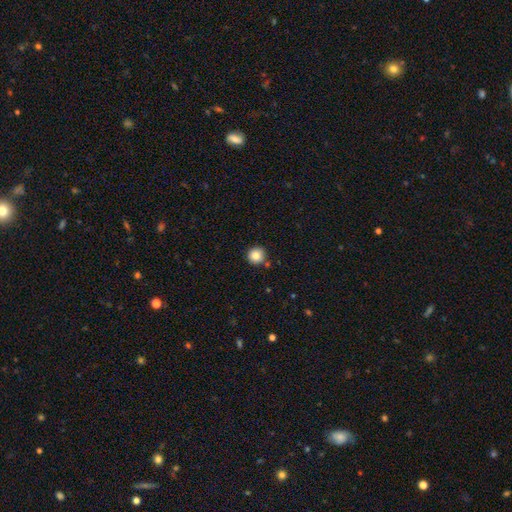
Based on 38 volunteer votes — Volunteers were most divided on "smooth or featured": smooth: 87%, featured or disk: 8%, star or artifact: 5%. More confident: how rounded — round (100%); merging — none (94%).